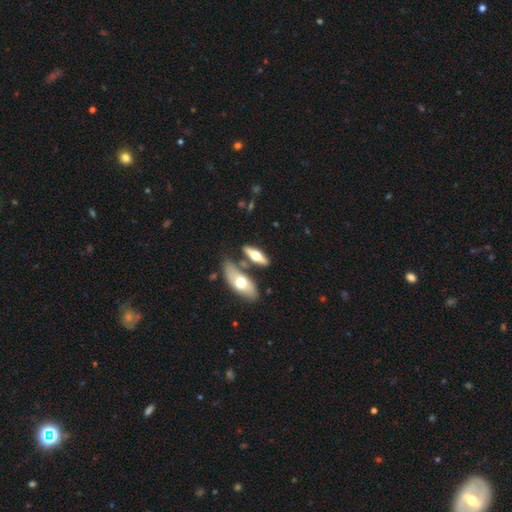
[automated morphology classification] smooth_or_featured: featured or disk (p=0.50) [alt: smooth p=0.44]
disk_edge_on: yes (p=0.85) [alt: no p=0.15]
merging: none (p=0.64) [alt: merger p=0.20]